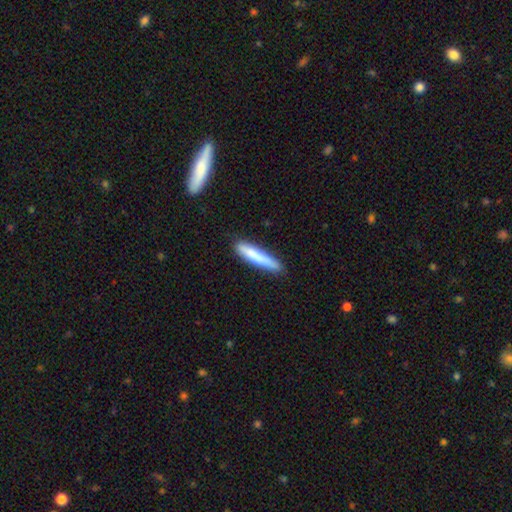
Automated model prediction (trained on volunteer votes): smooth-or-featured: smooth: 79% | featured or disk: 15% | star or artifact: 6%
  how-rounded: cigar-shaped: 91% | in between: 8% | round: 1%
  merging: none: 83% | minor disturbance: 13% | major disturbance: 2% | merger: 2%